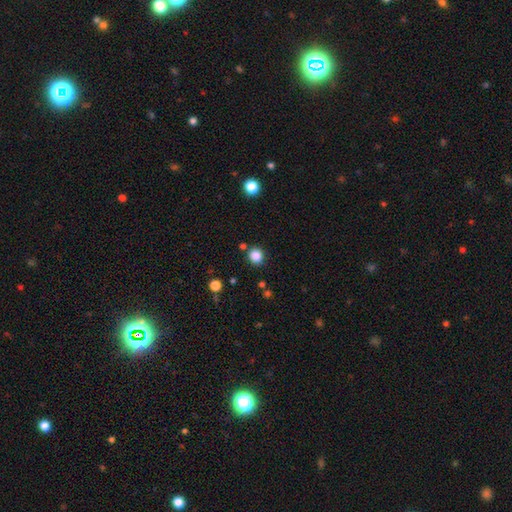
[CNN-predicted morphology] Smooth or featured?
  - smooth: 85% *
  - star or artifact: 12%
  - featured or disk: 3%
How rounded?
  - round: 88% *
  - in between: 11%
  - cigar-shaped: 1%
Merging?
  - none: 83% *
  - minor disturbance: 9%
  - merger: 5%
  - major disturbance: 3%